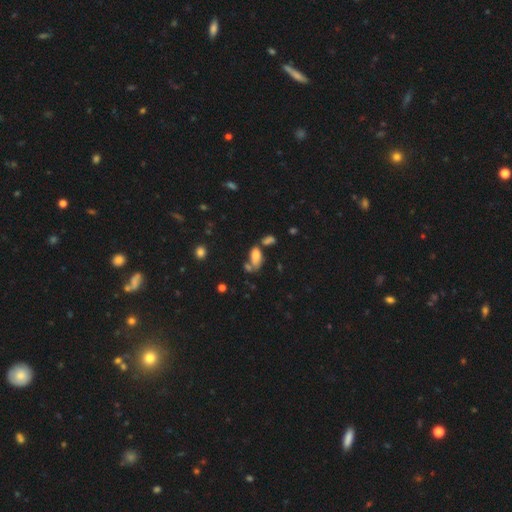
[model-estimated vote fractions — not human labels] Overall: smooth (75%). How rounded: in between (90%). Merging: merger (40%; none 34%).